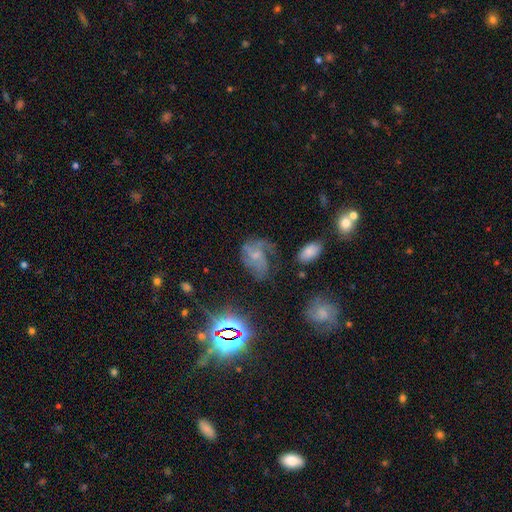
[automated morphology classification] smooth_or_featured: featured or disk (p=0.55) [alt: smooth p=0.25]
disk_edge_on: no (p=0.97) [alt: yes p=0.03]
bar: no (p=0.66) [alt: weak p=0.28]
has_spiral_arms: yes (p=0.77) [alt: no p=0.23]
bulge_size: small (p=0.53) [alt: moderate p=0.24]
merging: none (p=0.40) [alt: major disturbance p=0.30]